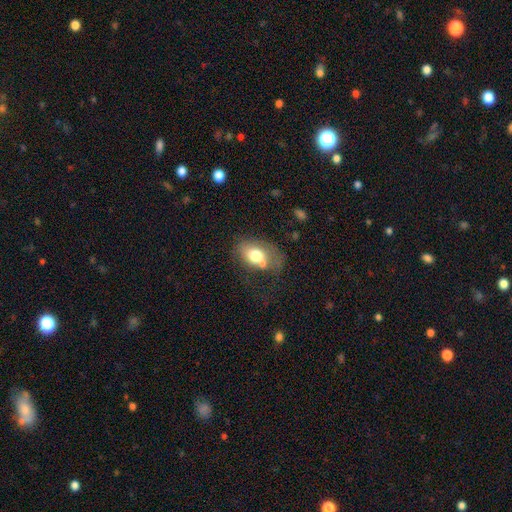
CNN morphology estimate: Smooth or featured? Predicted: smooth (p=0.69). How rounded? Predicted: in between (p=0.78). Merging? Predicted: none (p=0.35).